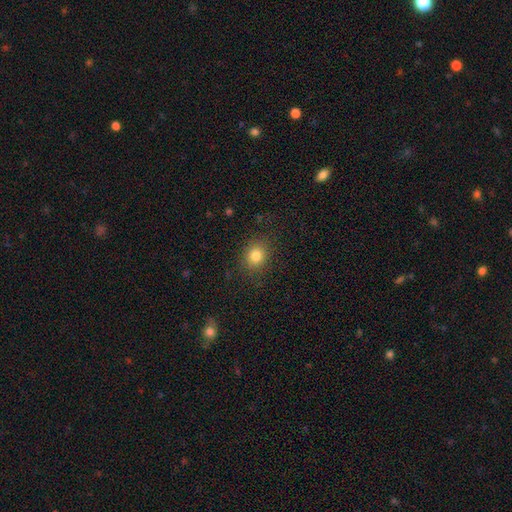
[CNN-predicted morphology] A smooth galaxy with no disk features (81%) that is round (66%).

Vote fractions:
- Smooth or featured? smooth: 81% / star or artifact: 12% / featured or disk: 7%
- How rounded? round: 66% / in between: 33% / cigar-shaped: 1%
- Merging? none: 86% / minor disturbance: 10% / major disturbance: 3% / merger: 1%